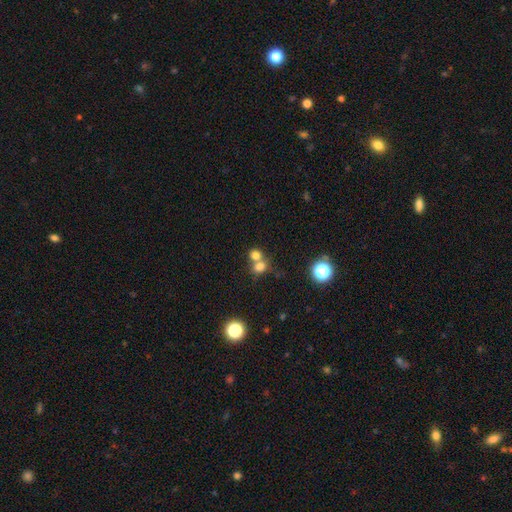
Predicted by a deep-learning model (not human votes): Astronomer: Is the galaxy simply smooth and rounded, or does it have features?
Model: smooth — 75%.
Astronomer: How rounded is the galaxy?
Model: round — 73%.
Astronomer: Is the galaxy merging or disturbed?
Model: merger — 55% (runner-up: none, 37%).